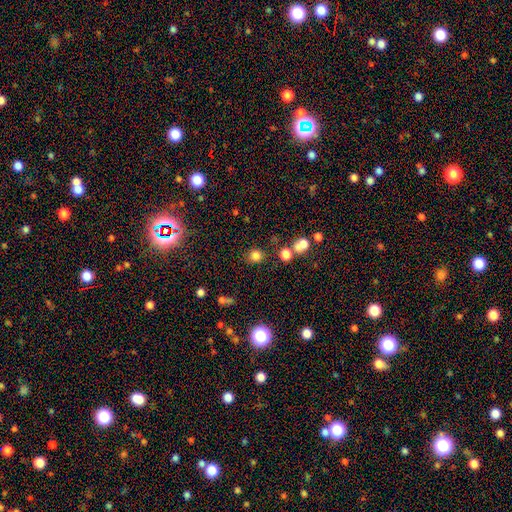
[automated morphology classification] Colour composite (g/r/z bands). It shows a smooth galaxy with no disk features (80%) that is round (85%). Merging: none (81%).